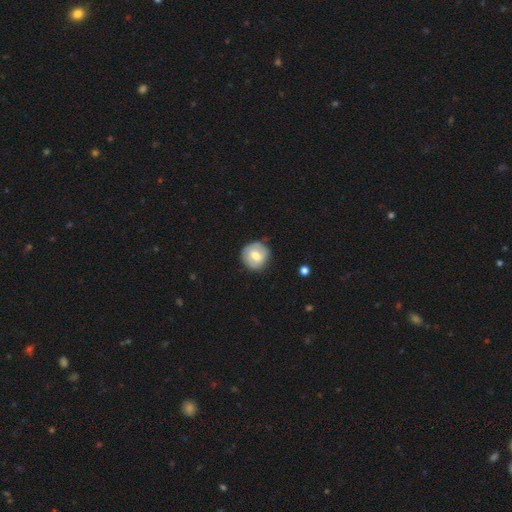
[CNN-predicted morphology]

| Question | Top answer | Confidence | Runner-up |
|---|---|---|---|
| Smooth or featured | smooth | 52% | featured or disk (41%) |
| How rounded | round | 90% | in between (10%) |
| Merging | none | 78% | minor disturbance (17%) |